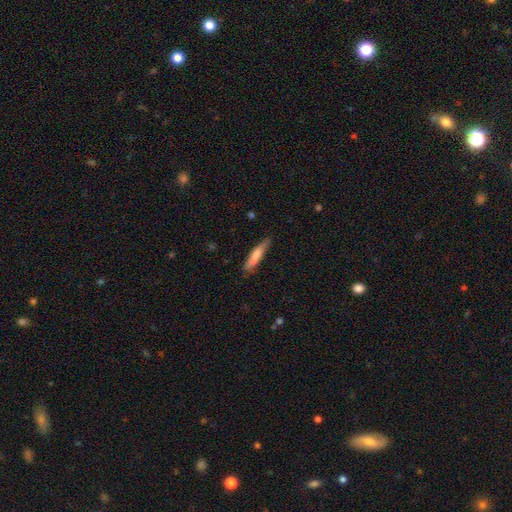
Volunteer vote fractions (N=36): Smooth or featured?
  - smooth: 72% *
  - featured or disk: 25%
  - star or artifact: 3%
How rounded?
  - cigar-shaped: 81% *
  - in between: 19%
  - round: 0%
Merging?
  - none: 69% *
  - minor disturbance: 14%
  - major disturbance: 9%
  - merger: 9%